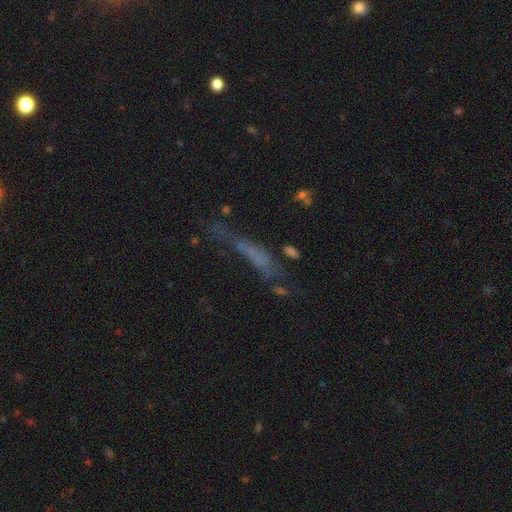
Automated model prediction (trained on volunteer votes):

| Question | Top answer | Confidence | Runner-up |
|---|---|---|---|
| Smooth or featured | smooth | 38% | featured or disk (37%) |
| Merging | none | 37% | major disturbance (31%) |